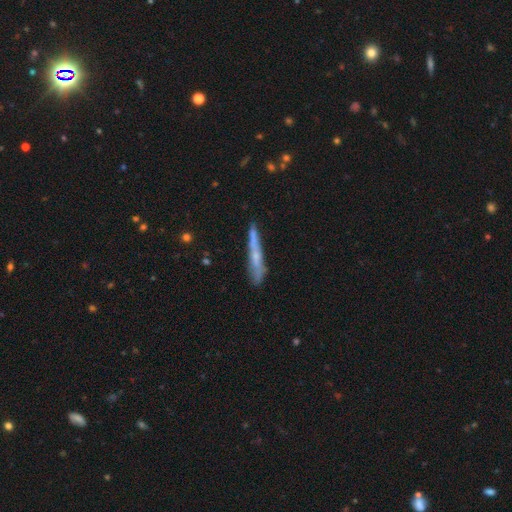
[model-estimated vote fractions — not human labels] The model was most divided on "smooth or featured": featured or disk: 50%, smooth: 43%, star or artifact: 7%. More confident: merging — none (72%).